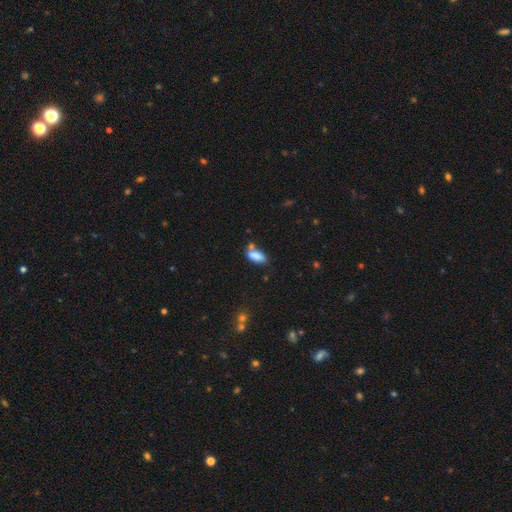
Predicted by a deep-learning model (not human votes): Smooth or featured? smooth (83%)
How rounded? in between (86%)
Merging? none (46%)